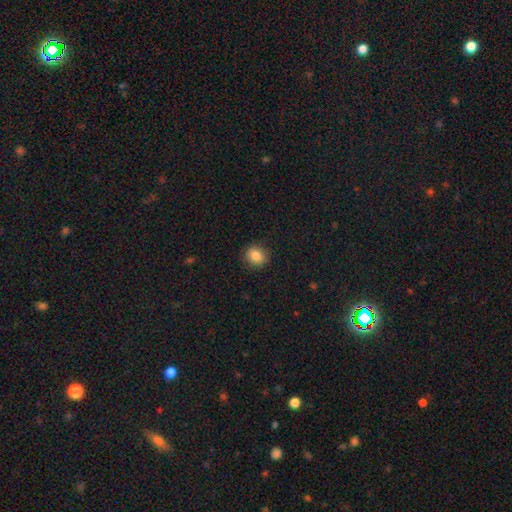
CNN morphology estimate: smooth 83%, star or artifact 10%, featured or disk 7%. Down the decision tree: how rounded — round (75%); merging — none (89%).